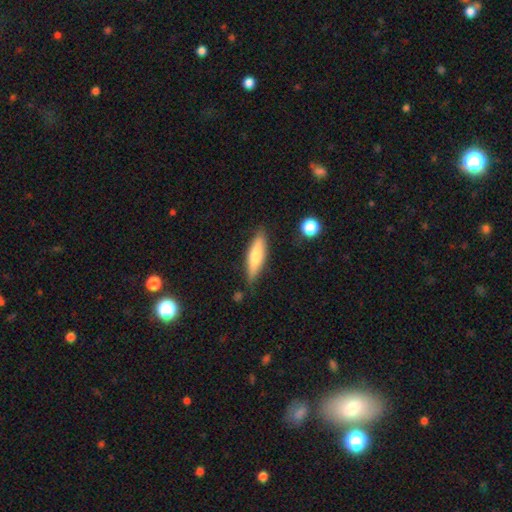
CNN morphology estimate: type=smooth (61%); roundness=cigar-shaped (70%); merging=none (83%).